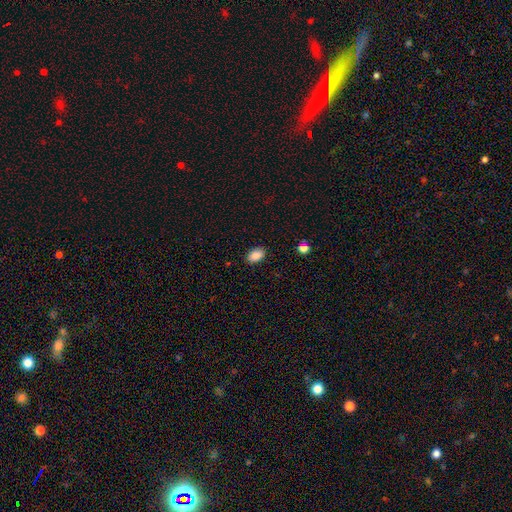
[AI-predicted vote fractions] Q: Smooth or featured?
A: smooth (87%); runner-up: star or artifact (8%)
Q: How rounded?
A: in between (88%); runner-up: round (11%)
Q: Merging?
A: none (88%); runner-up: minor disturbance (9%)